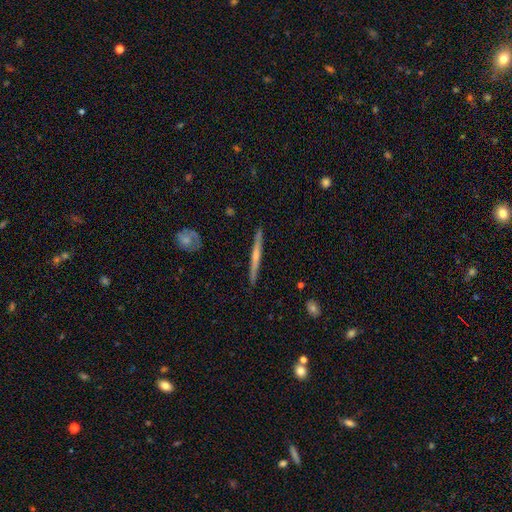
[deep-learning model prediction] This is likely a featured or disk galaxy (70%). It is clearly viewed edge-on (98%). Edge-on bulge: possibly rounded (59%). Merging: clearly none (91%).